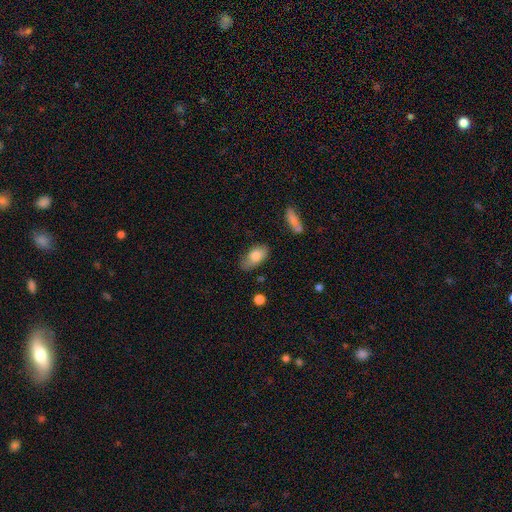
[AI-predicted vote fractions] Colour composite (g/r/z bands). It shows a smooth galaxy with no disk features (80%) that is in between round and cigar-shaped (91%). Merging: none (65%).